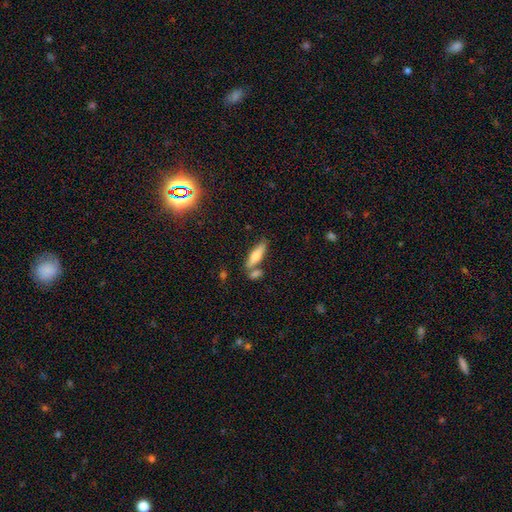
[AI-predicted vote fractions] A smooth galaxy with no disk features (59%) that is cigar-shaped (67%). Merging: none (68%).